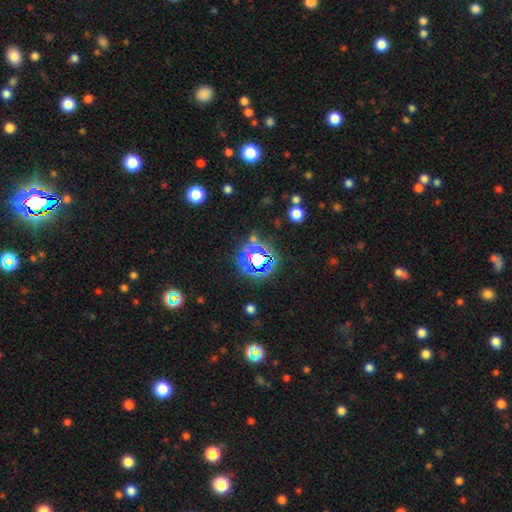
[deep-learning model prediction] Smooth or featured: star or artifact — 77% (smooth — 16%)